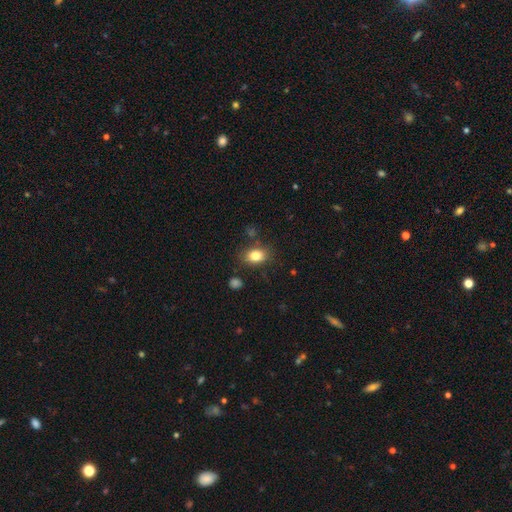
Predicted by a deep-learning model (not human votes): Overall: smooth (82%). How rounded: in between (71%). Merging: none (81%).